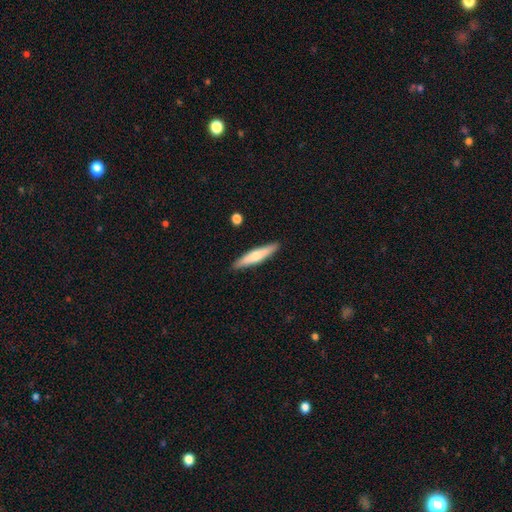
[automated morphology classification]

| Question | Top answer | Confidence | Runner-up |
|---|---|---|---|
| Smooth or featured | smooth | 57% | featured or disk (38%) |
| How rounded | cigar-shaped | 87% | in between (11%) |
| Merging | none | 90% | minor disturbance (7%) |